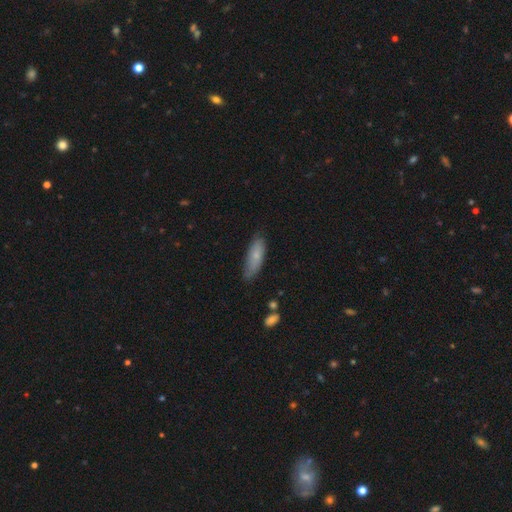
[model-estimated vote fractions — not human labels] Overall: smooth (73%). How rounded: in between (49%, tied with cigar-shaped). Merging: none (69%).